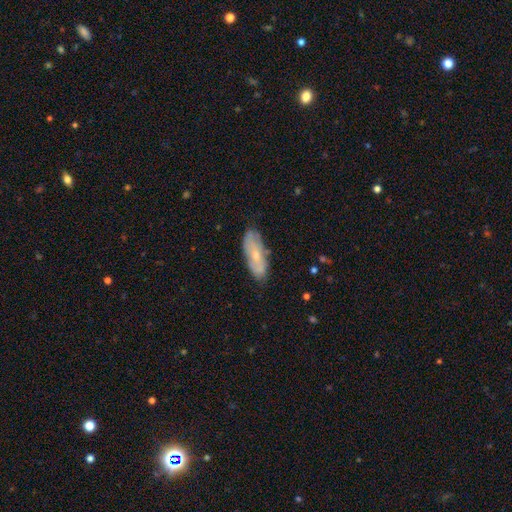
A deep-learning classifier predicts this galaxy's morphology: The model was most divided on "smooth or featured": smooth: 50%, featured or disk: 43%, star or artifact: 7%. More confident: merging — none (75%); how rounded — in between (69%).